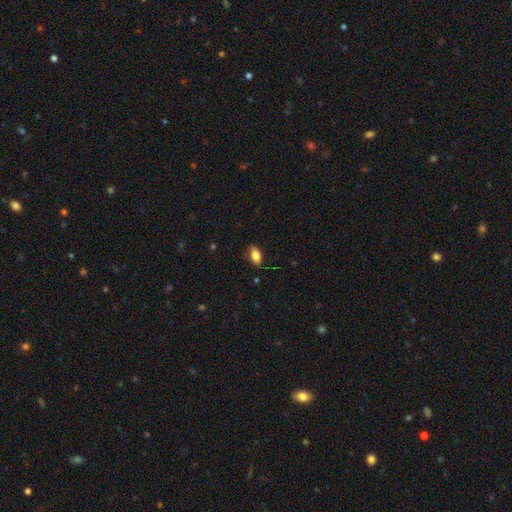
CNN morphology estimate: smooth 80%, featured or disk 12%, star or artifact 8%. Down the decision tree: how rounded — in between (89%); merging — none (83%).